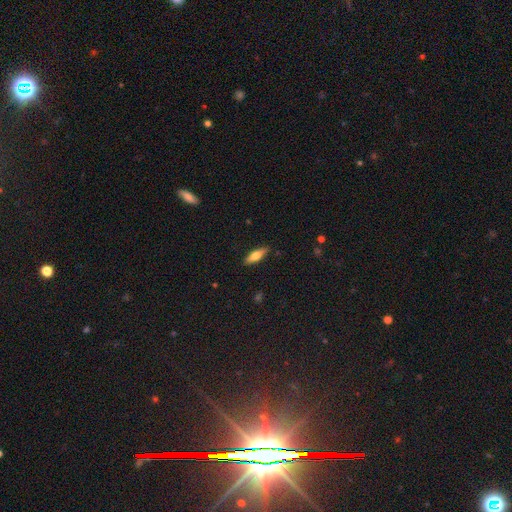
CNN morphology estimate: Q: Smooth or featured?
A: smooth (60%); runner-up: featured or disk (34%)
Q: How rounded?
A: cigar-shaped (50%); runner-up: in between (48%)
Q: Merging?
A: none (87%); runner-up: minor disturbance (10%)